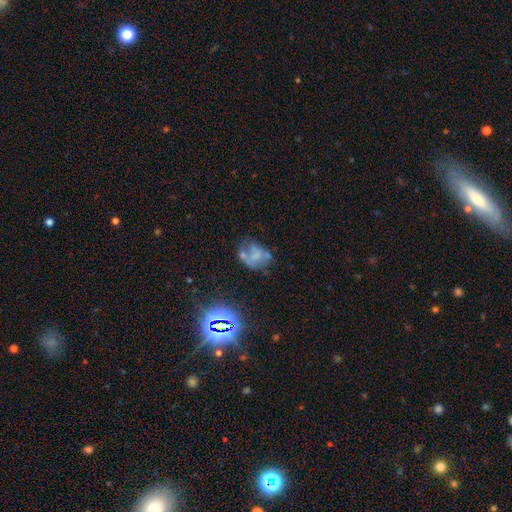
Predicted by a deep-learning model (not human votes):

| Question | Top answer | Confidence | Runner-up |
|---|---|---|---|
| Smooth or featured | featured or disk | 47% | smooth (36%) |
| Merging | none | 33% | major disturbance (27%) |